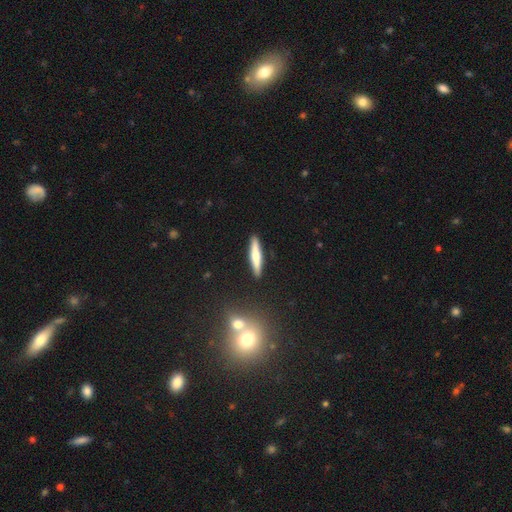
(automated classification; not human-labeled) Morphology: type=smooth (58%); roundness=cigar-shaped (90%); merging=none (90%).